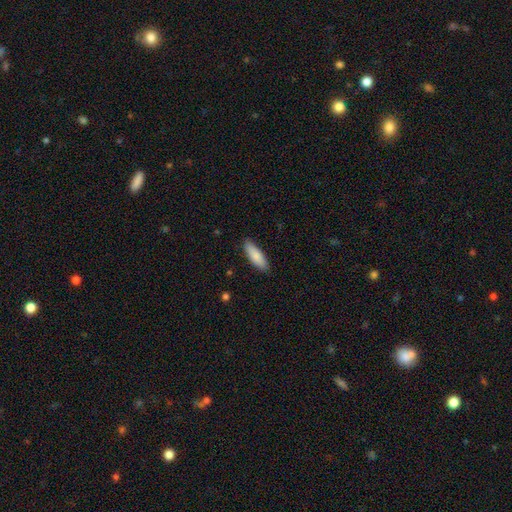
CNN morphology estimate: Smooth or featured? smooth (85%)
How rounded? in between (56%)
Merging? none (87%)